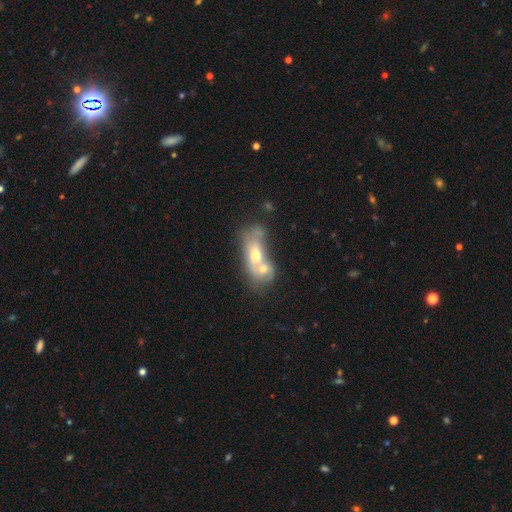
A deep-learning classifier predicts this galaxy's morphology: This appears to be a smooth galaxy with no disk features (50%). Merging: merger (79%).